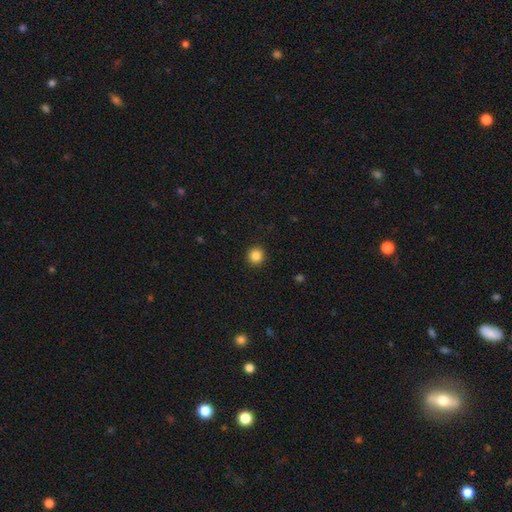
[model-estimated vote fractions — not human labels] smooth_or_featured: smooth (p=0.86) [alt: star or artifact p=0.11]
how_rounded: round (p=0.95) [alt: in between p=0.04]
merging: none (p=0.93) [alt: minor disturbance p=0.05]